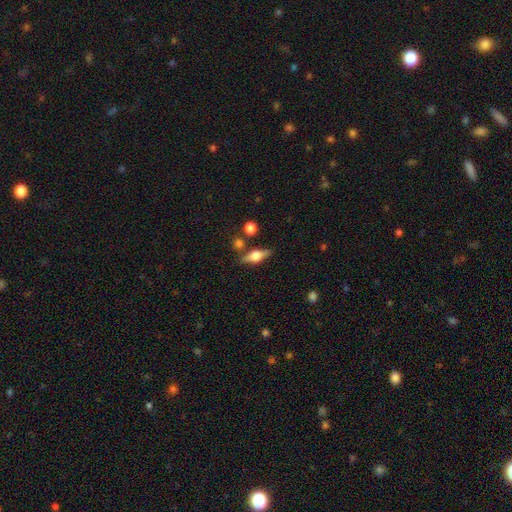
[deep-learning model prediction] Smooth or featured? Predicted: featured or disk (p=0.57). Edge-on disk? Predicted: yes (p=0.93). Edge-on bulge? Predicted: rounded (p=0.91). Merging? Predicted: none (p=0.79).